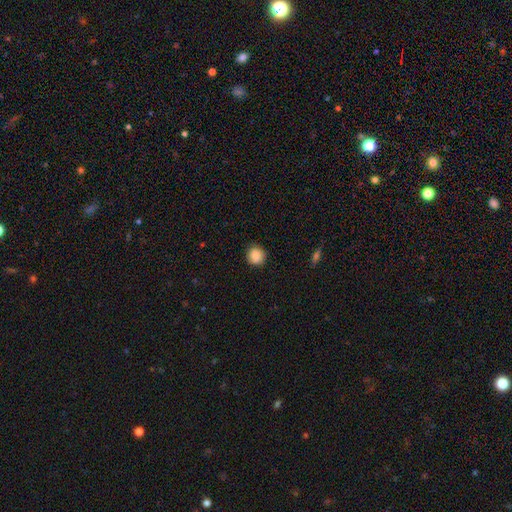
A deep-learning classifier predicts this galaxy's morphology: This appears to be a smooth galaxy with no disk features (87%) that is round (91%). Merging: none (85%).